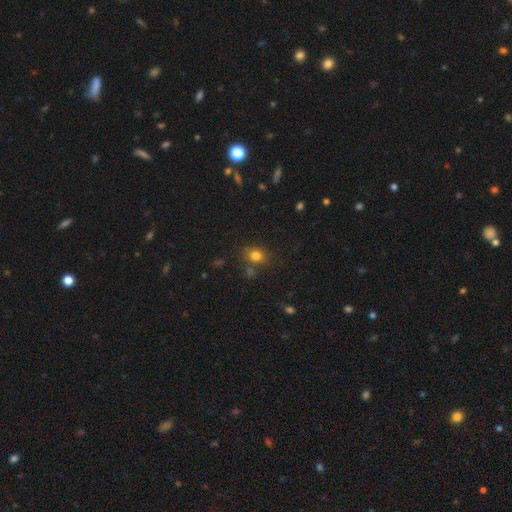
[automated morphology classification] Smooth or featured? smooth (79%)
How rounded? round (65%)
Merging? none (75%)